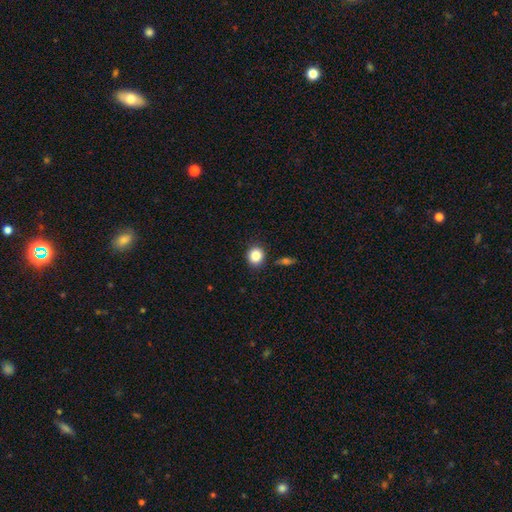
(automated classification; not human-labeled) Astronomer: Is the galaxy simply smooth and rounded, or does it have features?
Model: smooth — 87%.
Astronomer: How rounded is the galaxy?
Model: round — 81%.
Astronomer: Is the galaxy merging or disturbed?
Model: none — 86%.